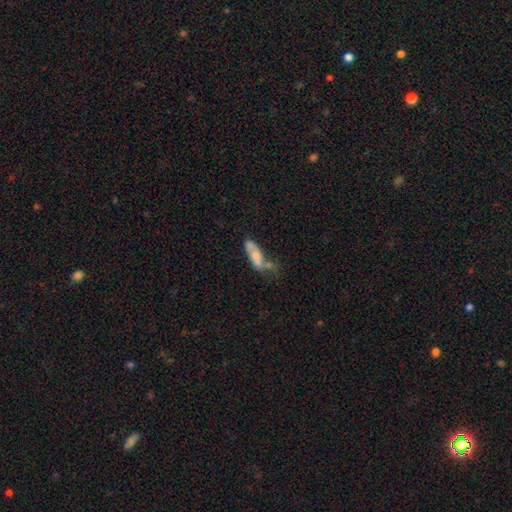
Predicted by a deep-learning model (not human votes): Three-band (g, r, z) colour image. It shows a smooth galaxy with no disk features (59%) that is in between round and cigar-shaped (62%). Merging: merger (31%).